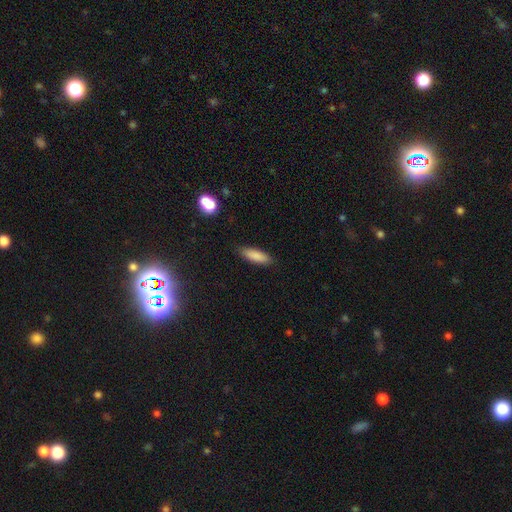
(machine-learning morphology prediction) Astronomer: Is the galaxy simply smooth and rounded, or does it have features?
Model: smooth — 86%.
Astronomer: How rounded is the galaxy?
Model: cigar-shaped — 51% (runner-up: in between, 48%).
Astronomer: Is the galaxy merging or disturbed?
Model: none — 86%.